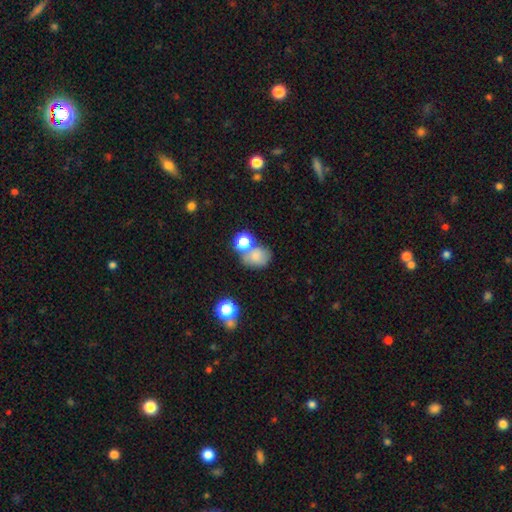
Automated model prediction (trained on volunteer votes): The model was most divided on "merging": none: 40%, merger: 37%, minor disturbance: 15%, major disturbance: 8%. More confident: smooth or featured — smooth (72%); how rounded — round (56%).